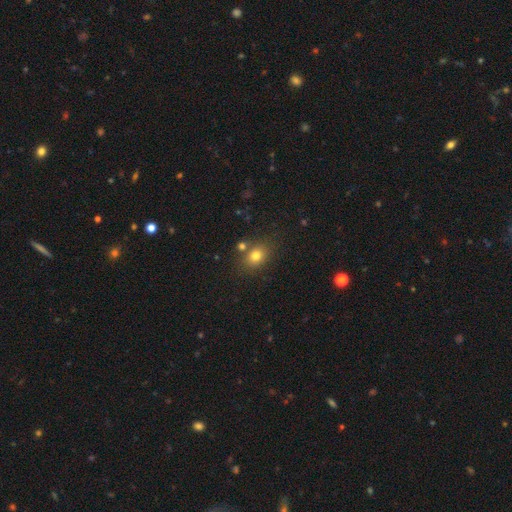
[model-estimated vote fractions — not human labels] A smooth galaxy with no disk features (78%) that is in between round and cigar-shaped (52%).

Vote fractions:
- Smooth or featured? smooth: 78% / star or artifact: 13% / featured or disk: 9%
- How rounded? in between: 52% / round: 47% / cigar-shaped: 1%
- Merging? none: 71% / merger: 13% / minor disturbance: 12% / major disturbance: 4%